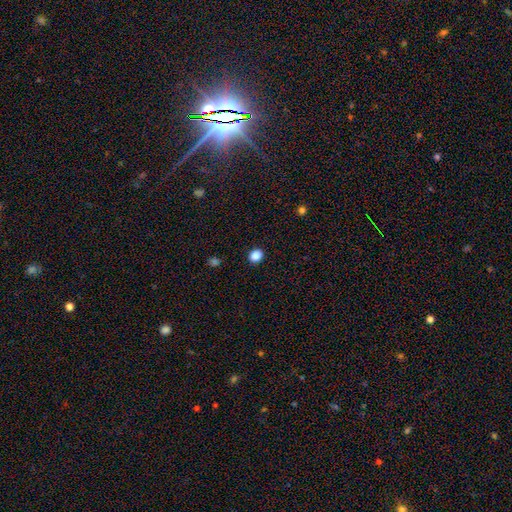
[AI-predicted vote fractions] Overall: smooth (87%). How rounded: round (77%). Merging: none (91%).